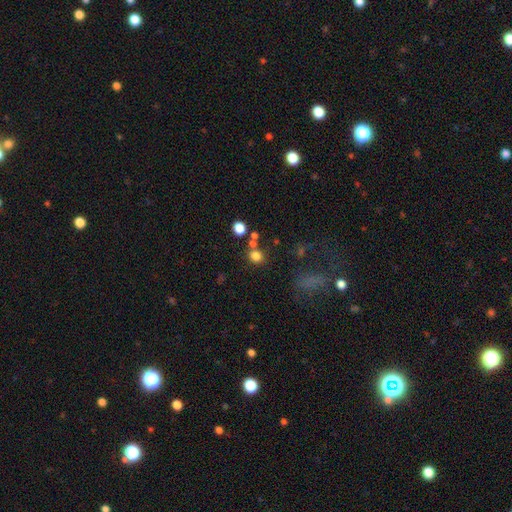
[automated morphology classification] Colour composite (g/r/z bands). It shows a smooth galaxy with no disk features (78%) that is round (80%). Merging: none (67%).